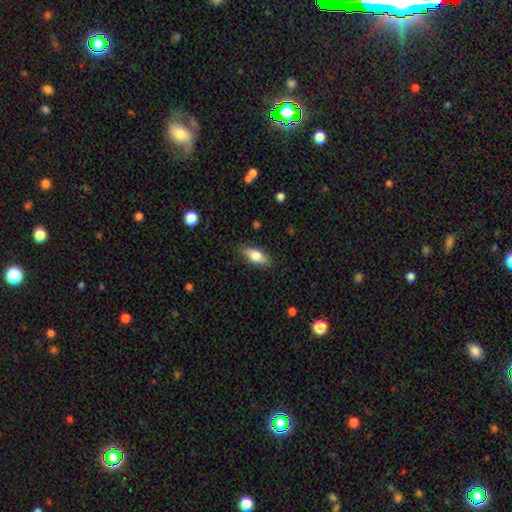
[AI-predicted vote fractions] The model was most divided on "smooth or featured": smooth: 76%, featured or disk: 17%, star or artifact: 6%. More confident: merging — none (86%); how rounded — in between (82%).